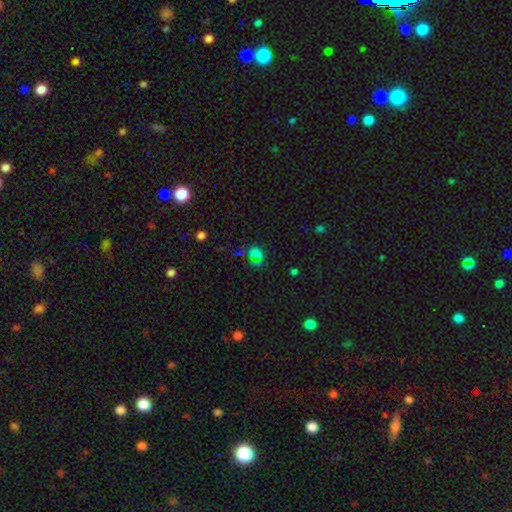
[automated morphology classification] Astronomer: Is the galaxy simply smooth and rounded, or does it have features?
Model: smooth — 55% (runner-up: star or artifact, 36%).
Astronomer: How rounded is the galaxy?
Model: round — 65%.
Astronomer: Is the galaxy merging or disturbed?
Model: none — 67%.